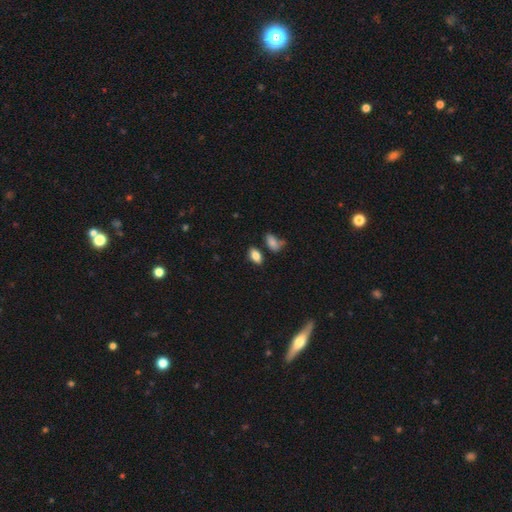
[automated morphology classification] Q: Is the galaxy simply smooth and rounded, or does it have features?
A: smooth — 84%.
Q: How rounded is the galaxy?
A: in between — 91%.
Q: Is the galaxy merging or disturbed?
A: none — 75%.